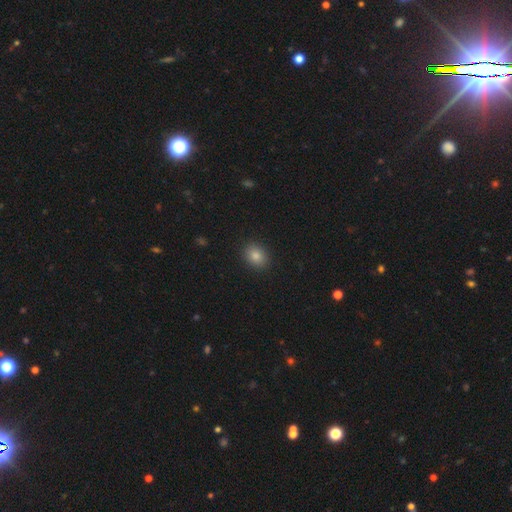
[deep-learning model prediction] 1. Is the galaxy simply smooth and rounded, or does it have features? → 85% smooth, 10% star or artifact, 5% featured or disk.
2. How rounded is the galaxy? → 51% in between, 48% round, 1% cigar-shaped.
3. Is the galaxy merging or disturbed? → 90% none, 7% minor disturbance, 2% major disturbance, 1% merger.